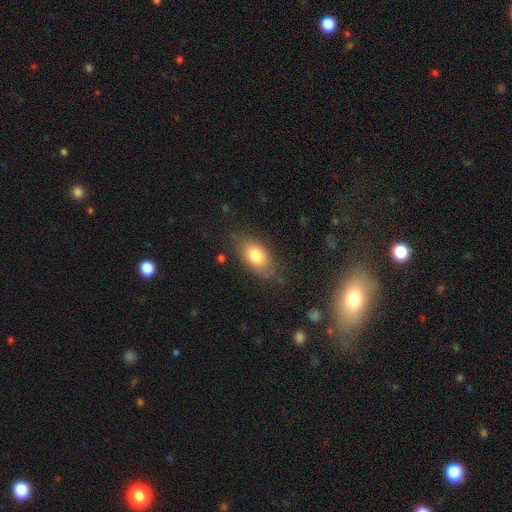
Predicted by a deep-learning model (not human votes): A smooth galaxy with no disk features (78%) that is in between round and cigar-shaped (88%).

Vote fractions:
- Smooth or featured? smooth: 78% / featured or disk: 14% / star or artifact: 8%
- How rounded? in between: 88% / round: 8% / cigar-shaped: 4%
- Merging? none: 74% / minor disturbance: 19% / major disturbance: 6% / merger: 2%